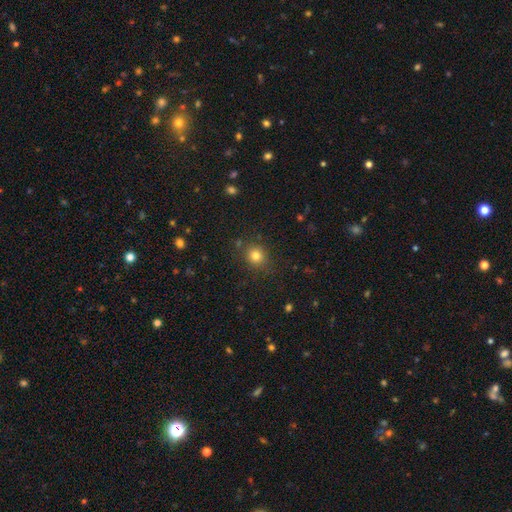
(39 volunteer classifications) Smooth or featured? smooth (87%)
How rounded? round (85%)
Merging? none (86%)